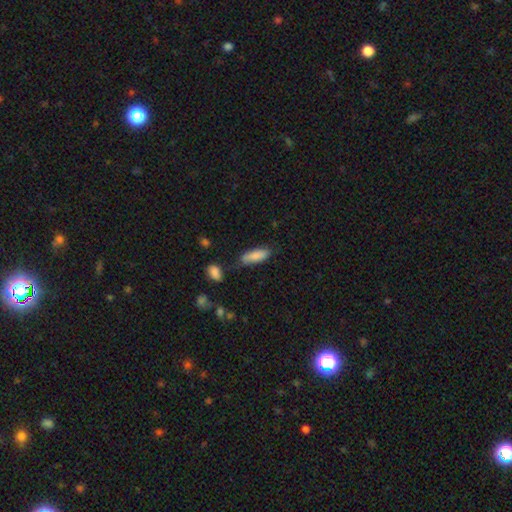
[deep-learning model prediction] A smooth galaxy with no disk features (85%) that is in between round and cigar-shaped (62%).

Vote fractions:
- Smooth or featured? smooth: 85% / featured or disk: 9% / star or artifact: 6%
- How rounded? in between: 62% / cigar-shaped: 37% / round: 2%
- Merging? none: 62% / minor disturbance: 24% / merger: 7% / major disturbance: 6%